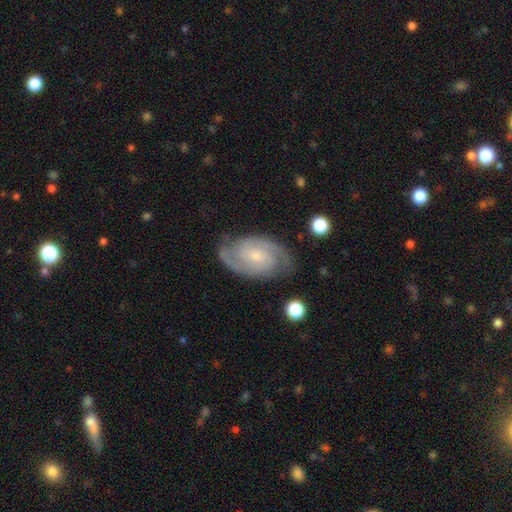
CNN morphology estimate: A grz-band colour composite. It shows a featured or disk galaxy (87%) with no bar (57%), 2 (84%) tight (49%) spiral arms (97%) and a small central bulge (75%). Merging: none (80%).